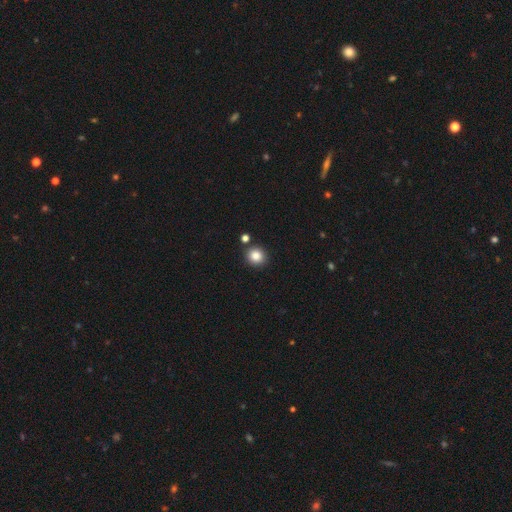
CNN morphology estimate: Smooth or featured: smooth — 85% (star or artifact — 11%)
How rounded: round — 86% (in between — 13%)
Merging: none — 84% (minor disturbance — 7%)